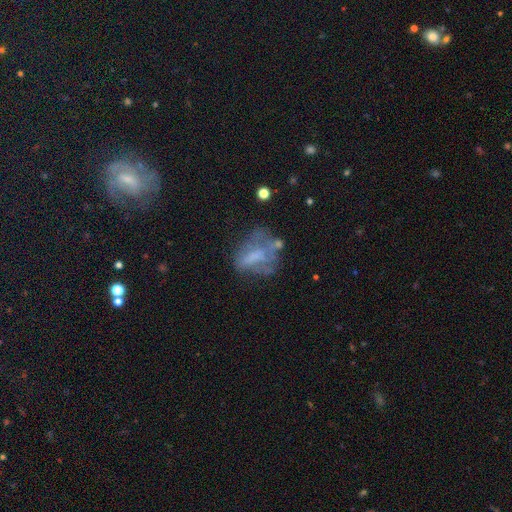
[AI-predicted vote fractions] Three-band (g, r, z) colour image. It shows a featured or disk galaxy (48%). Merging: none (37%).